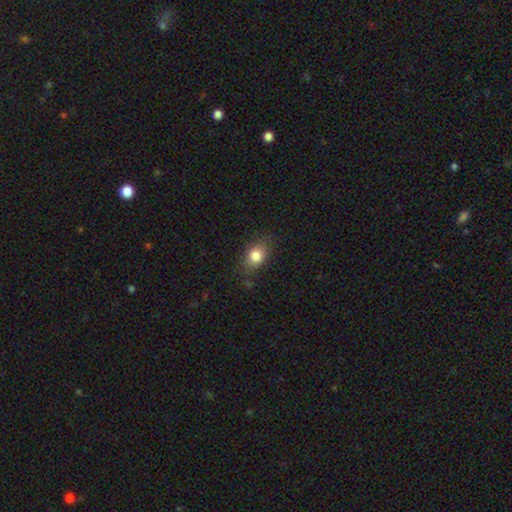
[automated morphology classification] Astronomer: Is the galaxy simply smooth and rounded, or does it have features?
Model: smooth — 82%.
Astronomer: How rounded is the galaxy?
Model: in between — 62%.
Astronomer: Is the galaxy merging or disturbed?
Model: none — 80%.